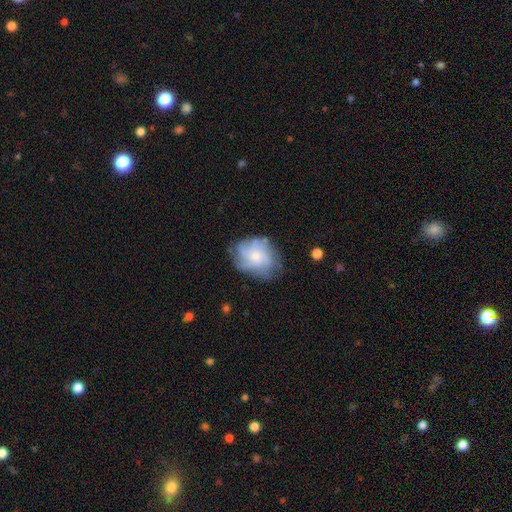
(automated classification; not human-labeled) A featured or disk galaxy (61%) with no bar (79%), spiral arms (83%) and a small central bulge (58%).

Vote fractions:
- Smooth or featured? featured or disk: 61% / smooth: 30% / star or artifact: 9%
- Edge-on disk? no: 97% / yes: 3%
- Bar? no: 79% / weak: 19% / strong: 2%
- Spiral arms? yes: 83% / no: 17%
- Bulge size? small: 58% / moderate: 33% / none: 5% / large: 3% / dominant: 1%
- Merging? none: 65% / minor disturbance: 22% / major disturbance: 11% / merger: 2%